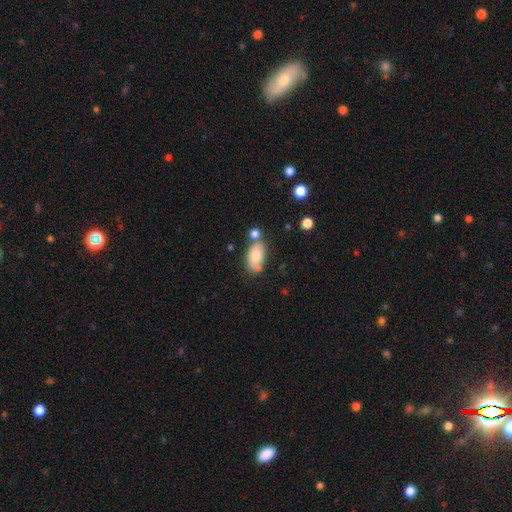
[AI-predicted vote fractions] This is likely a smooth galaxy (75%). How rounded: clearly in between (91%). Merging: possibly none (53%).